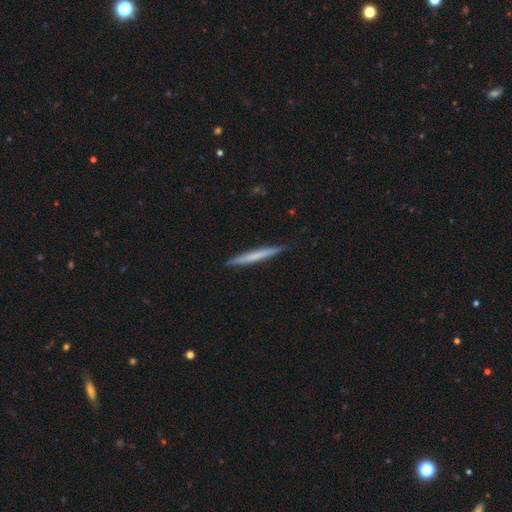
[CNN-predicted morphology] smooth-or-featured: smooth: 60% | featured or disk: 35% | star or artifact: 5%
  how-rounded: cigar-shaped: 97% | in between: 2% | round: 1%
  merging: none: 89% | minor disturbance: 9% | major disturbance: 1% | merger: 1%